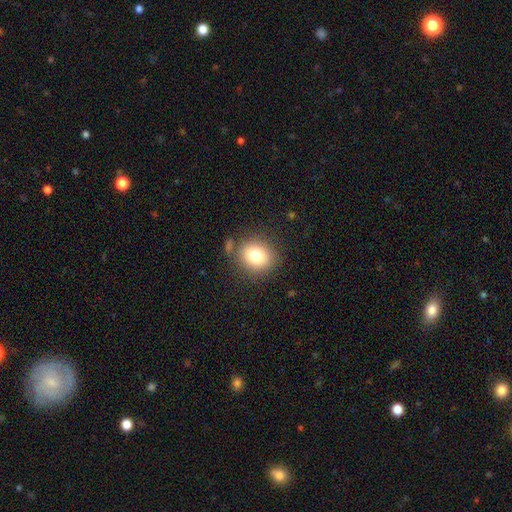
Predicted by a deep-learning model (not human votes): smooth 80%, star or artifact 11%, featured or disk 9%. Down the decision tree: how rounded — round (72%); merging — none (81%).